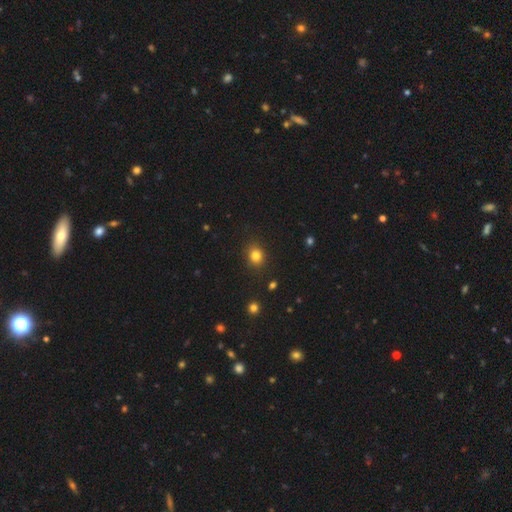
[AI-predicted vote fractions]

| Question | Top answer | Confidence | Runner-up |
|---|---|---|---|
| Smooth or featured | smooth | 81% | star or artifact (13%) |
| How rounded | round | 69% | in between (30%) |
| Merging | none | 87% | minor disturbance (9%) |